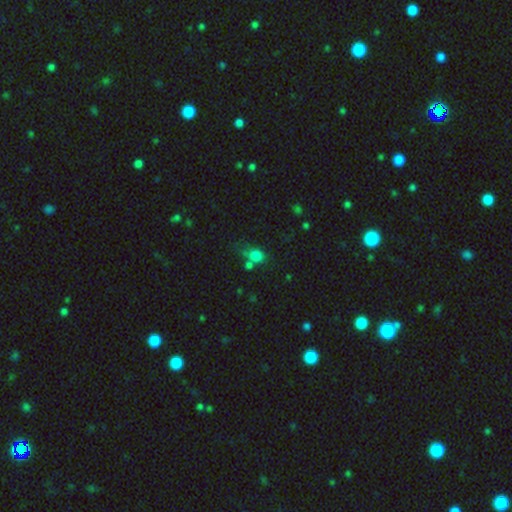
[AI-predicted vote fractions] A smooth galaxy with no disk features (78%) that is round (59%). Merging: none (48%).